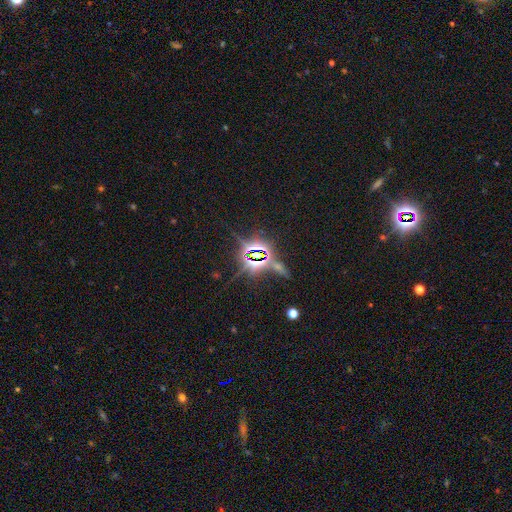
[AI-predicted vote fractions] Overall: star or artifact (83%).